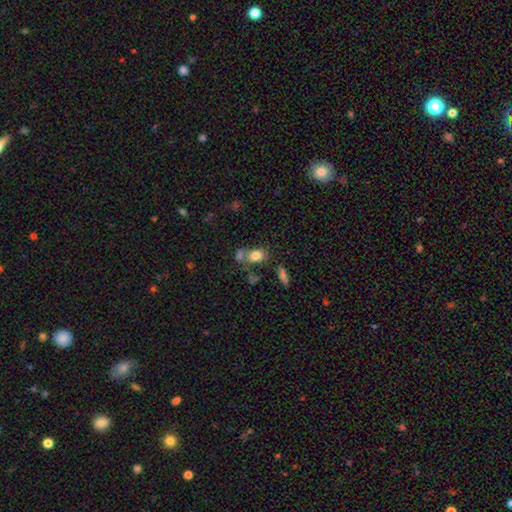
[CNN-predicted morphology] smooth 79%, featured or disk 11%, star or artifact 10%. Down the decision tree: how rounded — in between (74%); merging — none (51%).